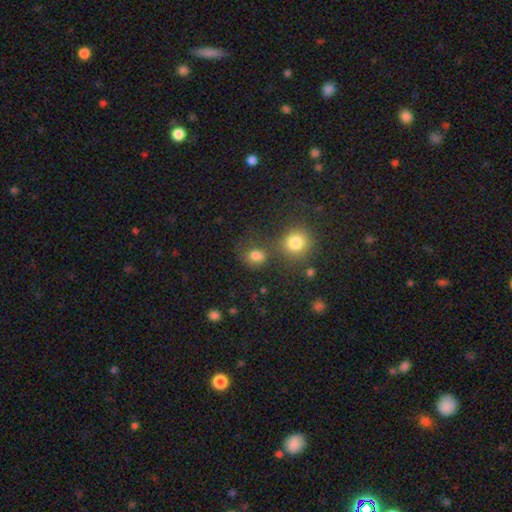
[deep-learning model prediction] smooth_or_featured: smooth (p=0.77) [alt: star or artifact p=0.16]
how_rounded: round (p=0.66) [alt: in between p=0.33]
merging: none (p=0.56) [alt: merger p=0.22]